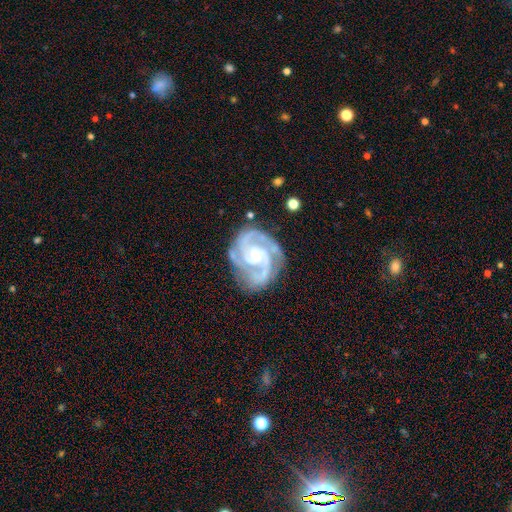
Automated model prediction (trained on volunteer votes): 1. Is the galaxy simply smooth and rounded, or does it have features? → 93% featured or disk, 4% star or artifact, 3% smooth.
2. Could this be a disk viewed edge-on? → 98% no, 2% yes.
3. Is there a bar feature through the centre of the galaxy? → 61% no, 29% weak, 11% strong.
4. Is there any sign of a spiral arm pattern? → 99% yes, 1% no.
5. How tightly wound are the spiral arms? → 61% tight, 36% medium, 3% loose.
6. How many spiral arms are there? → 50% 2, 35% 3, 5% can't tell, 5% 4, 3% 1, 3% more than 4.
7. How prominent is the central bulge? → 65% small, 32% moderate, 1% large, 1% none, 1% dominant.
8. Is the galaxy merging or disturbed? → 73% none, 19% minor disturbance, 6% major disturbance, 2% merger.